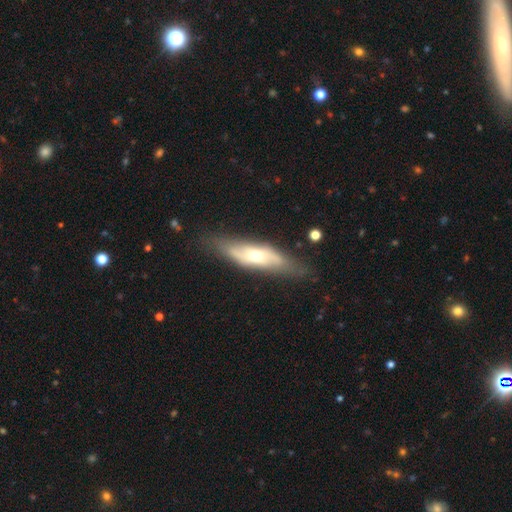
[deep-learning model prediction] The model was most divided on "edge-on disk": no: 58%, yes: 42%. More confident: merging — none (72%); smooth or featured — featured or disk (58%).